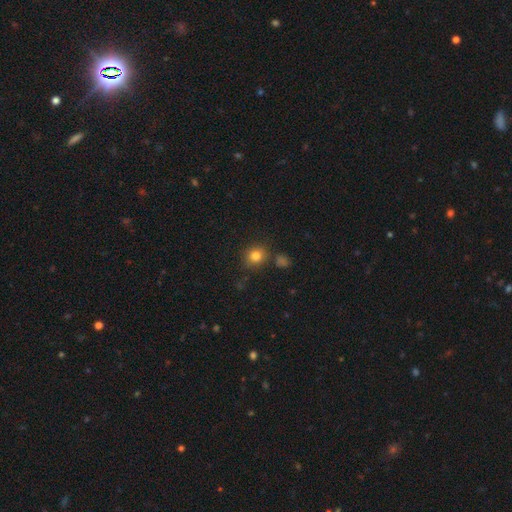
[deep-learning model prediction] Q: Smooth or featured?
A: smooth (81%); runner-up: star or artifact (13%)
Q: How rounded?
A: round (86%); runner-up: in between (13%)
Q: Merging?
A: none (81%); runner-up: minor disturbance (11%)